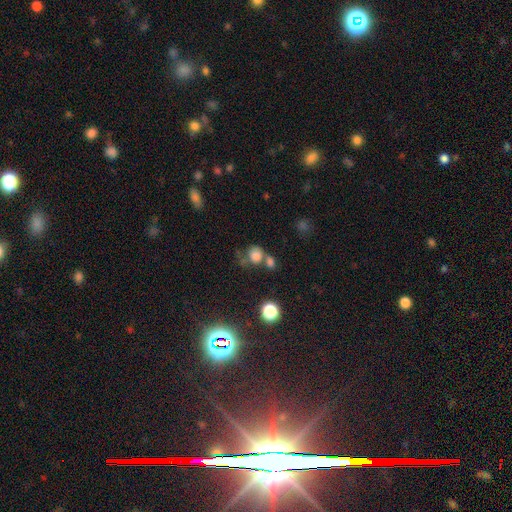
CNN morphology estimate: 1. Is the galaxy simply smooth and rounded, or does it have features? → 76% smooth, 14% star or artifact, 10% featured or disk.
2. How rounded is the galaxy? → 74% round, 25% in between, 1% cigar-shaped.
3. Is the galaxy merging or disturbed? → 38% merger, 37% none, 14% minor disturbance, 11% major disturbance.